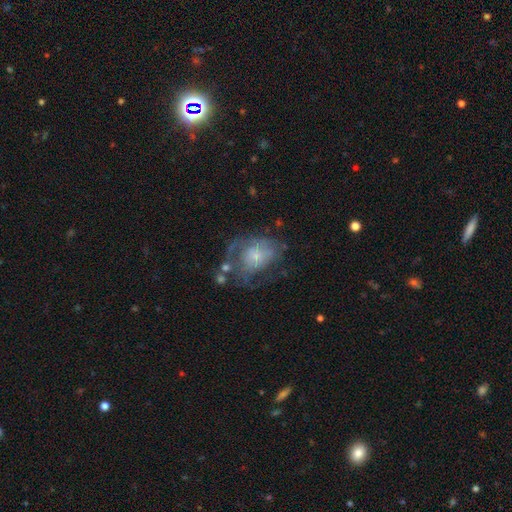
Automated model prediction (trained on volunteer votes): Smooth or featured: featured or disk — 55% (smooth — 35%)
Edge-on disk: no — 97% (yes — 3%)
Bar: no — 81% (weak — 16%)
Spiral arms: yes — 53% (no — 47%)
Bulge size: small — 65% (moderate — 24%)
Merging: major disturbance — 38% (none — 33%)